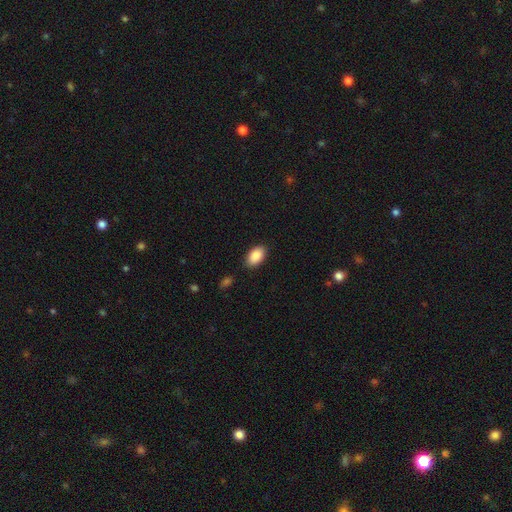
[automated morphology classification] Overall: smooth (89%). How rounded: in between (93%). Merging: none (86%).